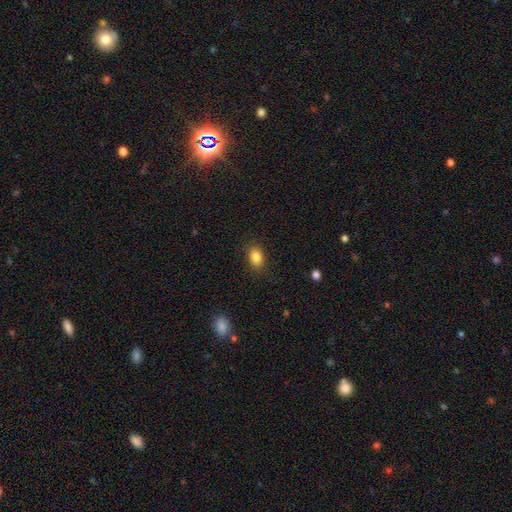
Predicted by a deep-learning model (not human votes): Overall: smooth (86%). How rounded: in between (80%). Merging: none (86%).